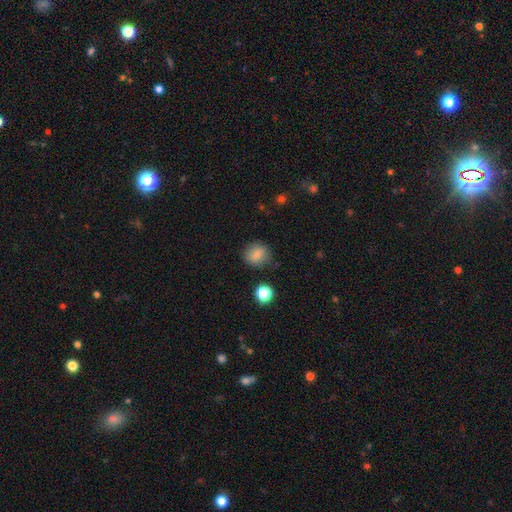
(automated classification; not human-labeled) This is clearly a smooth galaxy (82%). How rounded: likely round (77%). Merging: clearly none (81%).